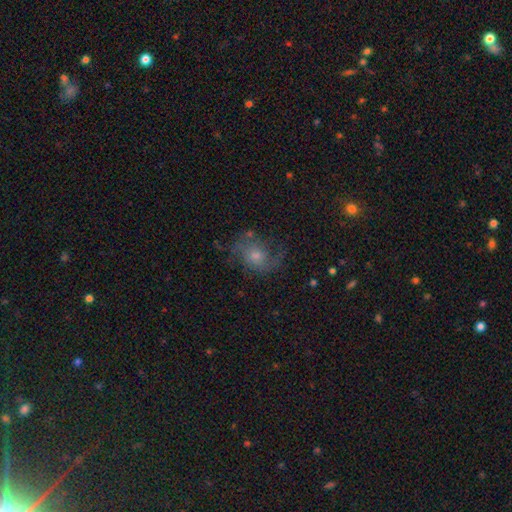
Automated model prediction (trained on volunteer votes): smooth-or-featured: featured or disk: 65% | smooth: 22% | star or artifact: 13%
  disk-edge-on: no: 97% | yes: 3%
    bar: no: 72% | weak: 24% | strong: 4%
    has-spiral-arms: yes: 88% | no: 12%
      spiral-winding: medium: 44% | loose: 42% | tight: 15%
      spiral-arm-count: 2: 73% | can't tell: 11% | 1: 9% | 3: 3% | 4: 2% | more than 4: 2%
    bulge-size: moderate: 45% | small: 43% | large: 6% | none: 5% | dominant: 2%
  merging: none: 63% | minor disturbance: 19% | major disturbance: 16% | merger: 2%